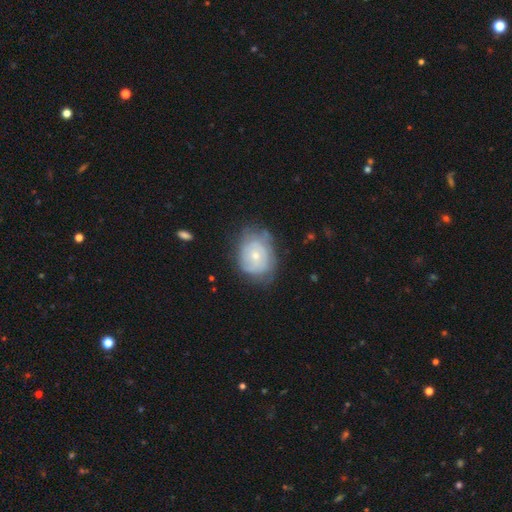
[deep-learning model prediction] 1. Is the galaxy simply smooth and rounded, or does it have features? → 57% featured or disk, 36% smooth, 7% star or artifact.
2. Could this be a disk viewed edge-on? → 97% no, 3% yes.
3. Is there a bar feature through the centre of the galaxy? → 80% no, 17% weak, 3% strong.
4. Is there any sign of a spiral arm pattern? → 66% yes, 34% no.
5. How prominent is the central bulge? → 59% small, 36% moderate, 2% large, 2% none, 1% dominant.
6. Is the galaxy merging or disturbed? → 60% none, 27% minor disturbance, 11% major disturbance, 2% merger.